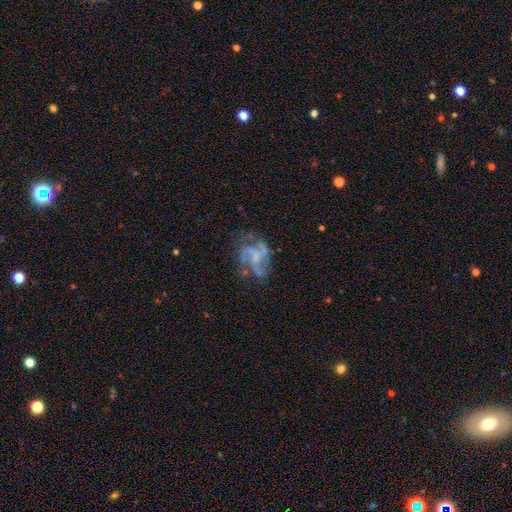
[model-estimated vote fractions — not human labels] Smooth or featured?
  - featured or disk: 78% *
  - smooth: 13%
  - star or artifact: 9%
Edge-on disk?
  - no: 98% *
  - yes: 2%
Bar?
  - no: 54% *
  - weak: 36%
  - strong: 9%
Spiral arms?
  - yes: 82% *
  - no: 18%
Spiral winding?
  - medium: 45% *
  - loose: 39%
  - tight: 16%
Spiral arm count?
  - 3: 32% * (tied)
  - 2: 32% * (tied)
  - can't tell: 18%
  - 4: 8%
  - 1: 5%
  - more than 4: 4%
Bulge size?
  - none: 45% *
  - small: 30%
  - moderate: 20%
  - large: 3%
  - dominant: 1%
Merging?
  - none: 51% *
  - major disturbance: 25%
  - minor disturbance: 20%
  - merger: 4%